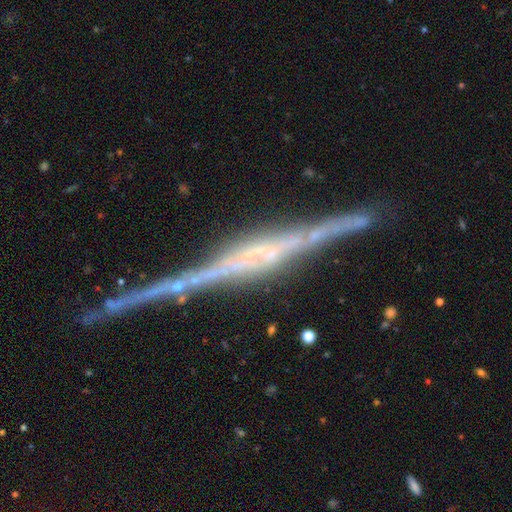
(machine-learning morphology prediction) type=featured or disk (88%); edge-on=yes (98%); edge-on bulge=boxy (41%); merging=none (85%).